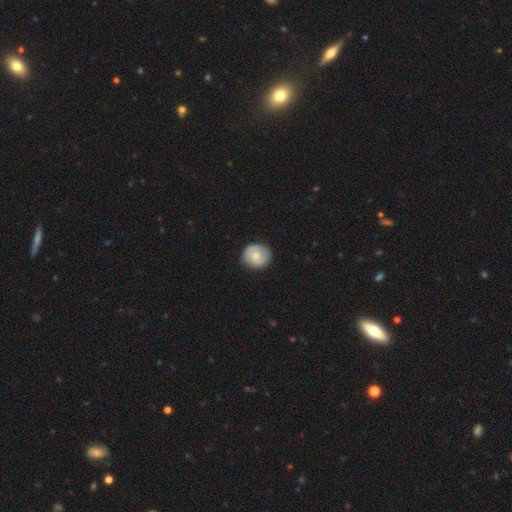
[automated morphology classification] This appears to be a smooth galaxy with no disk features (56%) that is round (80%). Merging: none (84%).